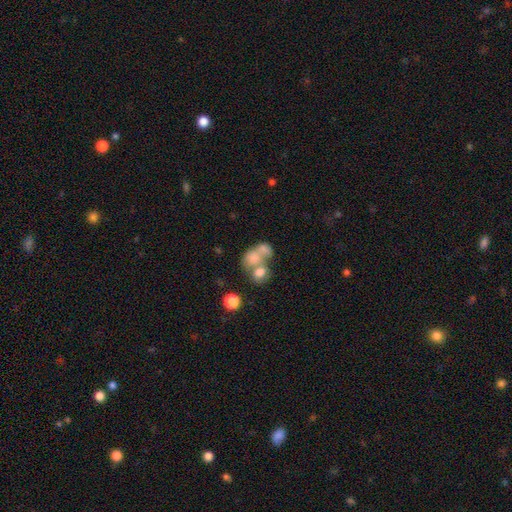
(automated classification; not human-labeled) This is likely a smooth galaxy (66%). How rounded: possibly in between (54%). Merging: likely merger (63%).